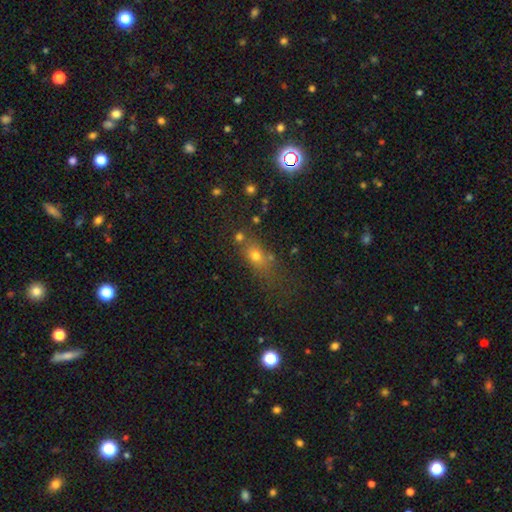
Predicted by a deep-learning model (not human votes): This is likely a smooth galaxy (62%). How rounded: possibly in between (51%). Merging: possibly none (53%).